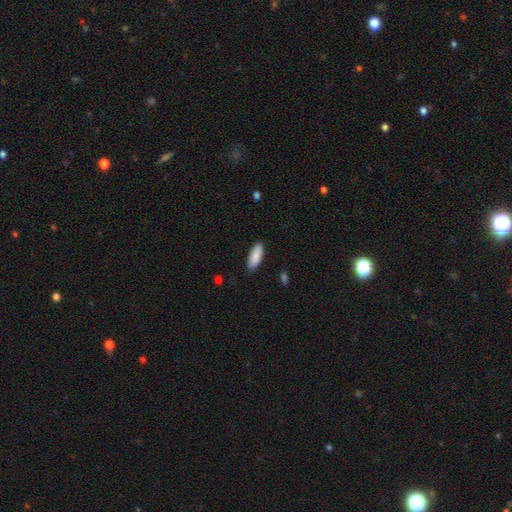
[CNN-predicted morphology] type=smooth (89%); roundness=in between (71%); merging=none (85%).